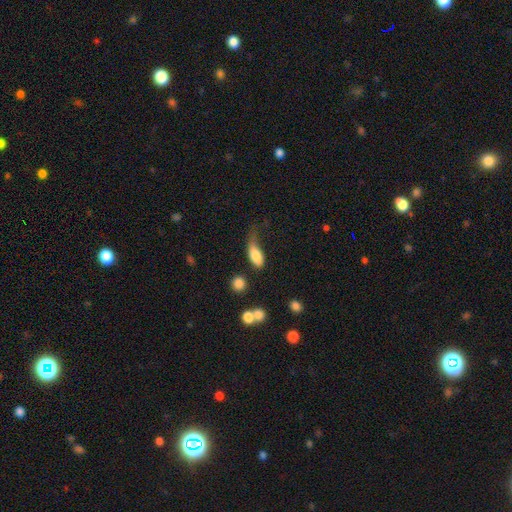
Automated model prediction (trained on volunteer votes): Smooth or featured?
  - smooth: 78% *
  - featured or disk: 14%
  - star or artifact: 8%
How rounded?
  - in between: 82% *
  - cigar-shaped: 11%
  - round: 7%
Merging?
  - major disturbance: 39% *
  - minor disturbance: 30%
  - none: 25%
  - merger: 6%